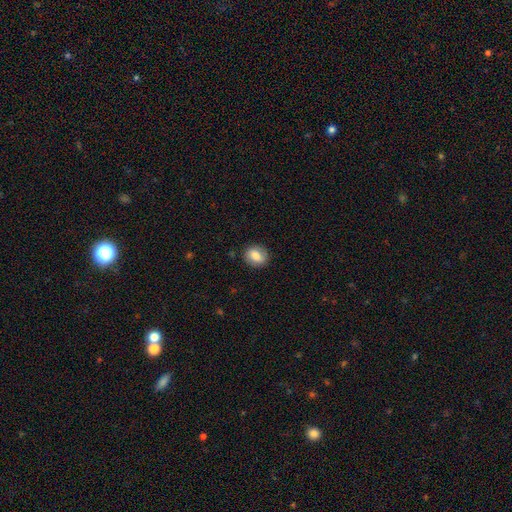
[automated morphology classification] A smooth galaxy with no disk features (76%) that is round (66%).

Vote fractions:
- Smooth or featured? smooth: 76% / featured or disk: 15% / star or artifact: 8%
- How rounded? round: 66% / in between: 33% / cigar-shaped: 1%
- Merging? none: 86% / minor disturbance: 10% / major disturbance: 3% / merger: 1%